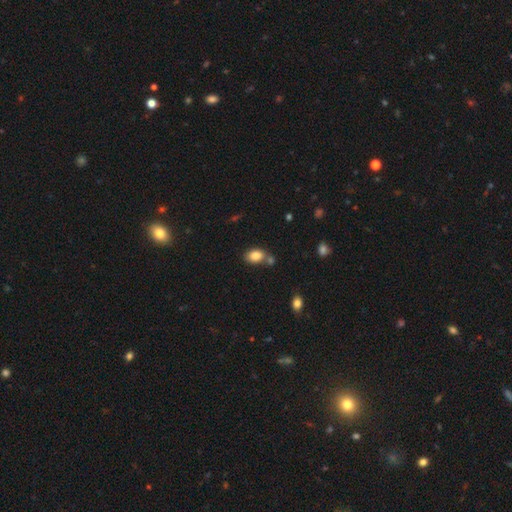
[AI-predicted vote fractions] smooth-or-featured: smooth: 85% | star or artifact: 9% | featured or disk: 6%
  how-rounded: in between: 81% | round: 18% | cigar-shaped: 1%
  merging: none: 60% | merger: 22% | minor disturbance: 14% | major disturbance: 4%